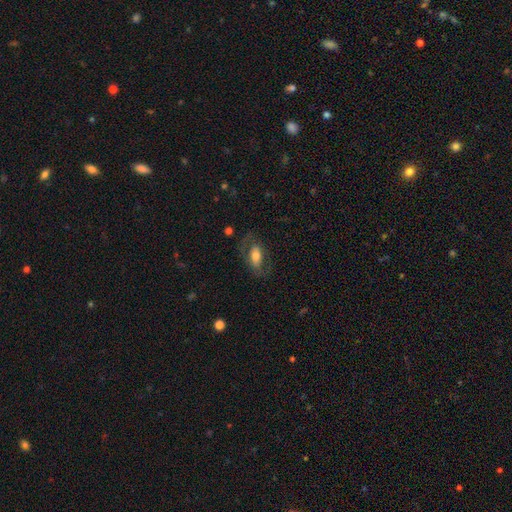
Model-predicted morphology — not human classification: Q: Smooth or featured?
A: smooth (56%); runner-up: featured or disk (37%)
Q: How rounded?
A: in between (88%); runner-up: cigar-shaped (6%)
Q: Merging?
A: none (65%); runner-up: minor disturbance (17%)